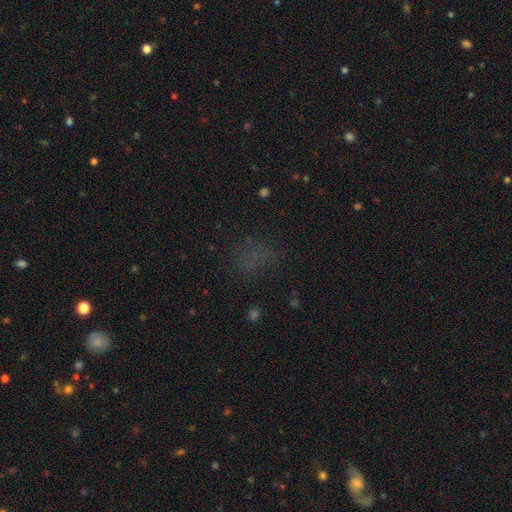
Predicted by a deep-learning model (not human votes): A smooth galaxy with no disk features (50%) that is round (56%). Merging: none (72%).